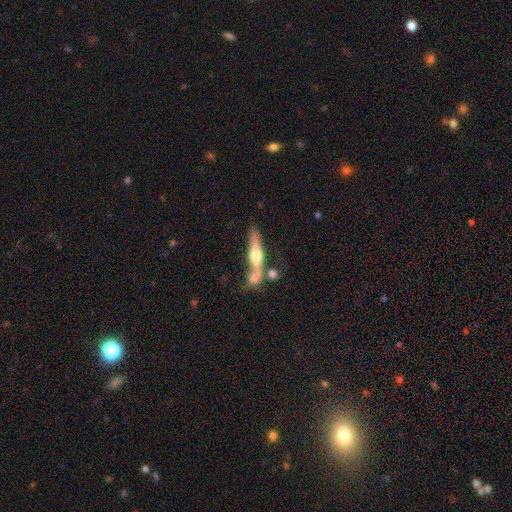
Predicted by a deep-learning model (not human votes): Morphology: type=featured or disk (58%); edge-on=yes (88%); edge-on bulge=rounded (93%); merging=none (46%).